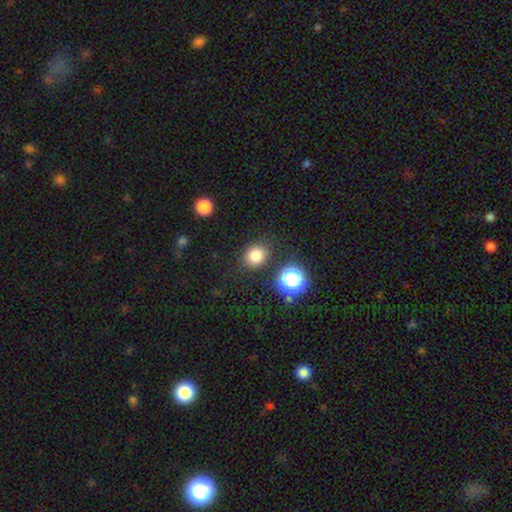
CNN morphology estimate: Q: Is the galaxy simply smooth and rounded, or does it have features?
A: smooth — 80%.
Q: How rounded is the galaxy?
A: round — 71%.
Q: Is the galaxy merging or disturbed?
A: none — 83%.